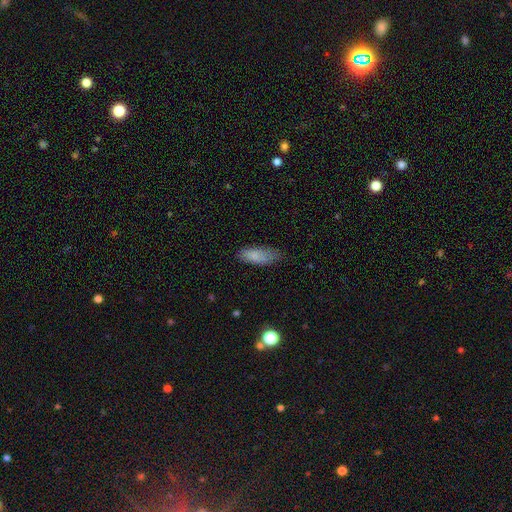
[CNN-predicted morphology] A smooth galaxy with no disk features (83%) that is in between round and cigar-shaped (69%).

Vote fractions:
- Smooth or featured? smooth: 83% / featured or disk: 10% / star or artifact: 7%
- How rounded? in between: 69% / cigar-shaped: 29% / round: 2%
- Merging? none: 62% / minor disturbance: 29% / major disturbance: 7% / merger: 2%